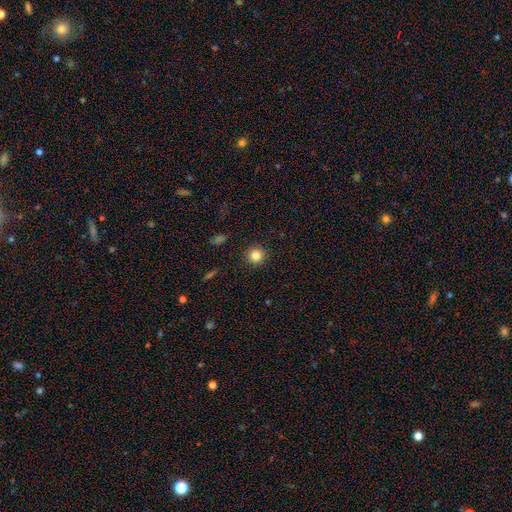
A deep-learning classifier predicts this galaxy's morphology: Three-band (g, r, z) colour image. It shows a smooth galaxy with no disk features (83%) that is round (95%). Merging: none (92%).